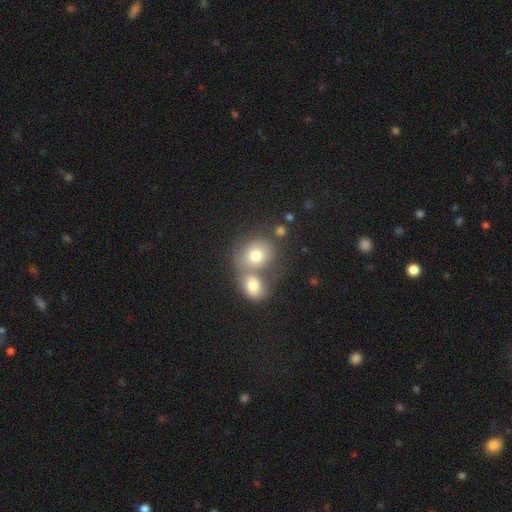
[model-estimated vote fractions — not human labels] Smooth or featured?
  - smooth: 76% *
  - featured or disk: 14%
  - star or artifact: 10%
How rounded?
  - round: 66% *
  - in between: 33%
  - cigar-shaped: 1%
Merging?
  - merger: 53% *
  - none: 33%
  - minor disturbance: 9%
  - major disturbance: 5%